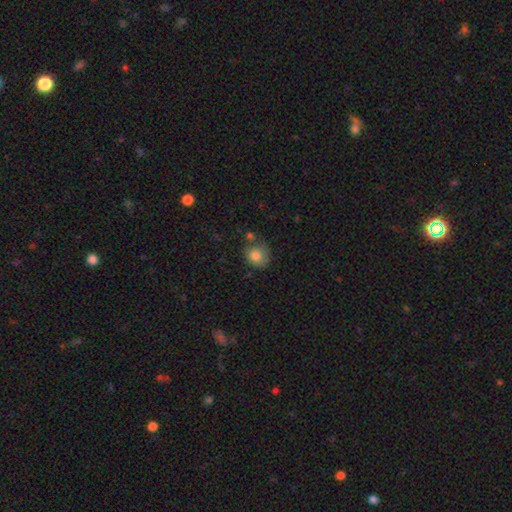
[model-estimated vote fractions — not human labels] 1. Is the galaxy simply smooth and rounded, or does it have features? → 81% smooth, 10% featured or disk, 9% star or artifact.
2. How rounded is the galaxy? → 74% round, 25% in between, 1% cigar-shaped.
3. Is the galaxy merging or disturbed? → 54% none, 25% minor disturbance, 11% merger, 9% major disturbance.